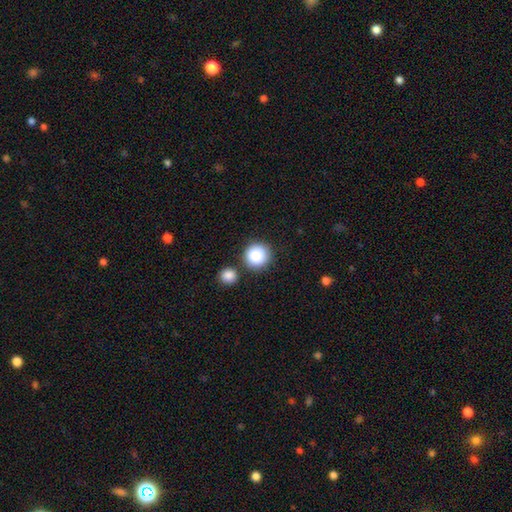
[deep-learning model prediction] smooth-or-featured: smooth: 86% | star or artifact: 8% | featured or disk: 6%
  how-rounded: round: 95% | in between: 4% | cigar-shaped: 1%
  merging: none: 77% | merger: 12% | minor disturbance: 8% | major disturbance: 3%